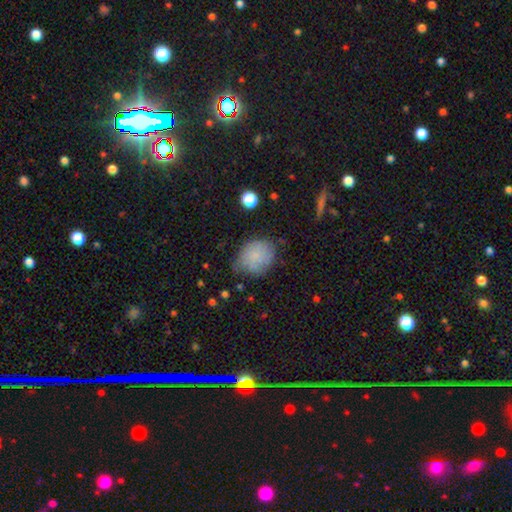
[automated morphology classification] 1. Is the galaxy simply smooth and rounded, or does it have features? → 73% smooth, 18% featured or disk, 9% star or artifact.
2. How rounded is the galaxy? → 56% round, 42% in between, 1% cigar-shaped.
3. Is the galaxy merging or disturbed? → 56% none, 32% minor disturbance, 9% major disturbance, 3% merger.